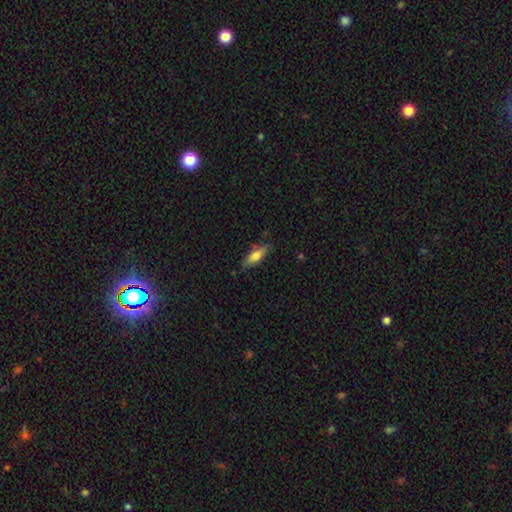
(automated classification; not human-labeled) Overall: smooth (67%). How rounded: cigar-shaped (50%; in between 48%). Merging: none (78%).